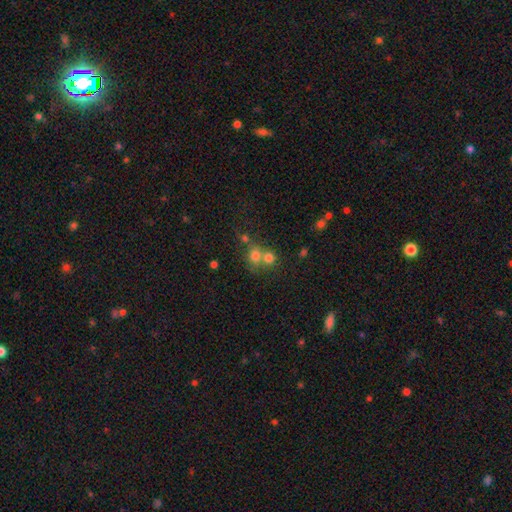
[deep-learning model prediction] Smooth or featured? Predicted: smooth (p=0.72). How rounded? Predicted: round (p=0.78). Merging? Predicted: merger (p=0.50).